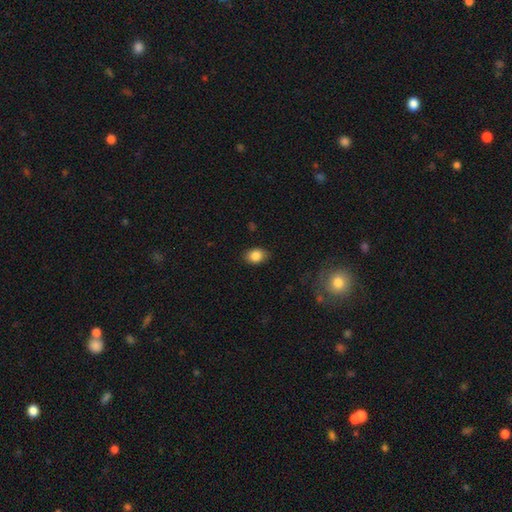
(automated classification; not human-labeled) Smooth or featured? smooth (85%)
How rounded? in between (68%)
Merging? none (84%)